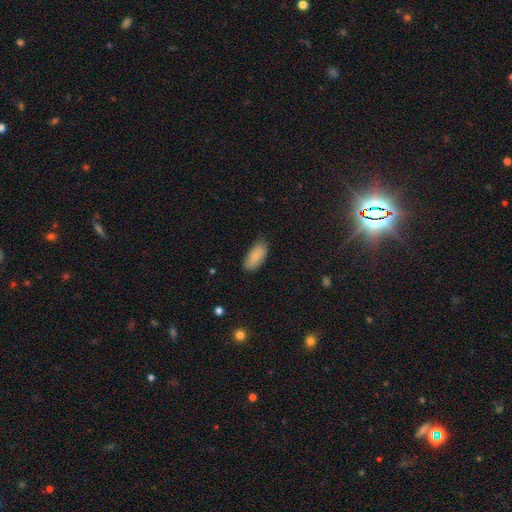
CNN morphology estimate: type=smooth (86%); roundness=in between (91%); merging=none (78%).